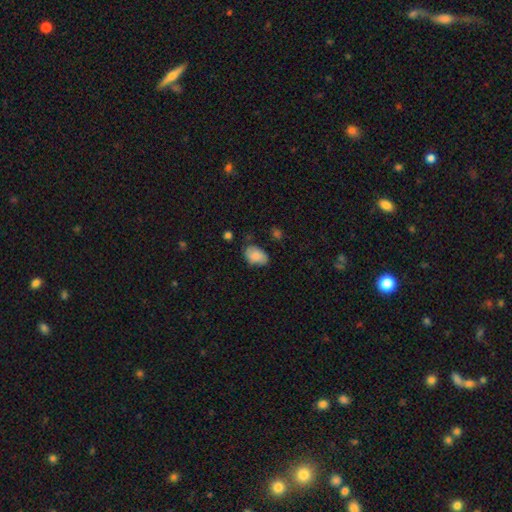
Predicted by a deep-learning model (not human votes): smooth-or-featured: smooth: 85% | featured or disk: 8% | star or artifact: 7%
  how-rounded: in between: 88% | round: 11% | cigar-shaped: 1%
  merging: none: 62% | minor disturbance: 28% | major disturbance: 6% | merger: 3%